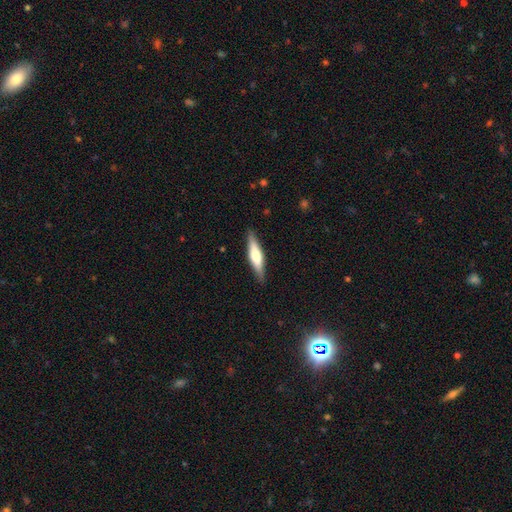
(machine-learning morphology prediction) This is possibly a featured or disk galaxy (51%). It is clearly viewed edge-on (95%). Merging: clearly none (88%).